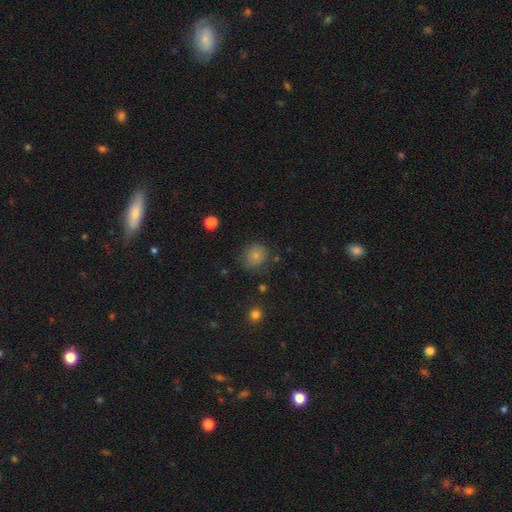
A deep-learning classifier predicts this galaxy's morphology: smooth_or_featured: smooth (p=0.77) [alt: star or artifact p=0.13]
how_rounded: round (p=0.82) [alt: in between p=0.18]
merging: none (p=0.74) [alt: minor disturbance p=0.18]